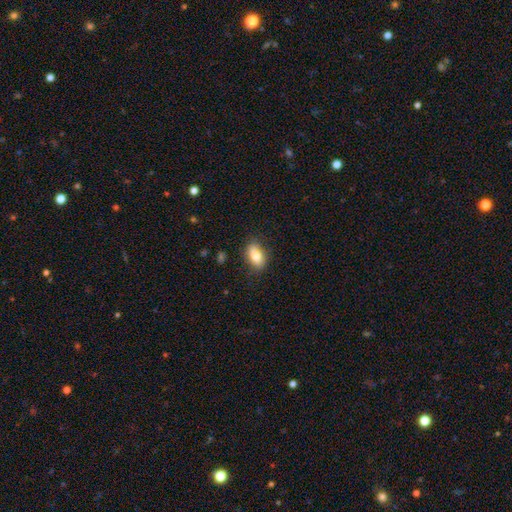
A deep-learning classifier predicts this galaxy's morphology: Smooth or featured?
  - smooth: 79% *
  - featured or disk: 14%
  - star or artifact: 8%
How rounded?
  - in between: 87% *
  - round: 8%
  - cigar-shaped: 5%
Merging?
  - none: 83% *
  - minor disturbance: 13%
  - major disturbance: 3%
  - merger: 1%